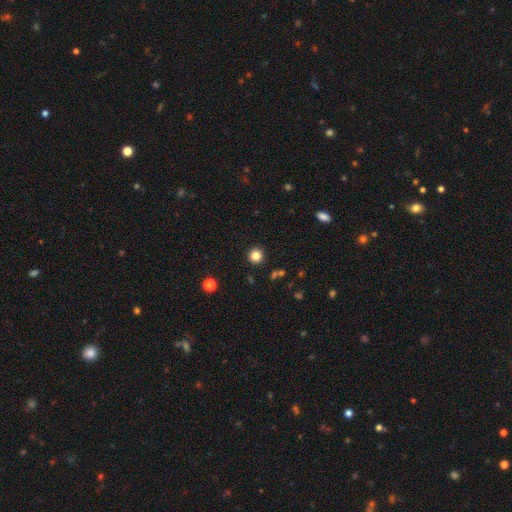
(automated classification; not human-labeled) Smooth or featured?
  - smooth: 83% *
  - star or artifact: 12%
  - featured or disk: 4%
How rounded?
  - round: 95% *
  - in between: 4%
  - cigar-shaped: 1%
Merging?
  - none: 92% *
  - minor disturbance: 5%
  - merger: 2%
  - major disturbance: 2%